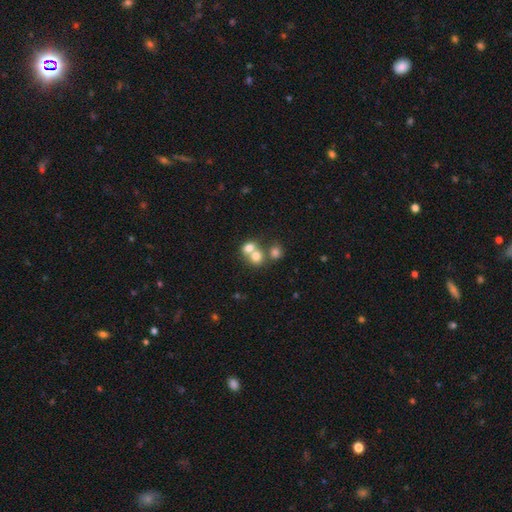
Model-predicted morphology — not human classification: A smooth galaxy with no disk features (71%) that is round (72%).

Vote fractions:
- Smooth or featured? smooth: 71% / featured or disk: 16% / star or artifact: 13%
- How rounded? round: 72% / in between: 27% / cigar-shaped: 1%
- Merging? merger: 58% / none: 32% / minor disturbance: 6% / major disturbance: 4%